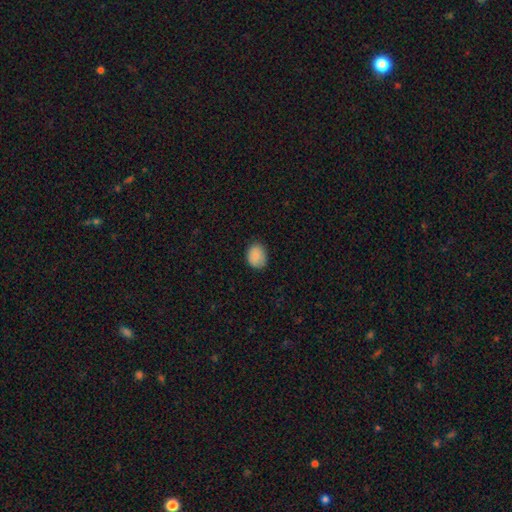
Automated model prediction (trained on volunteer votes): Smooth or featured? smooth (88%)
How rounded? in between (53%)
Merging? none (81%)